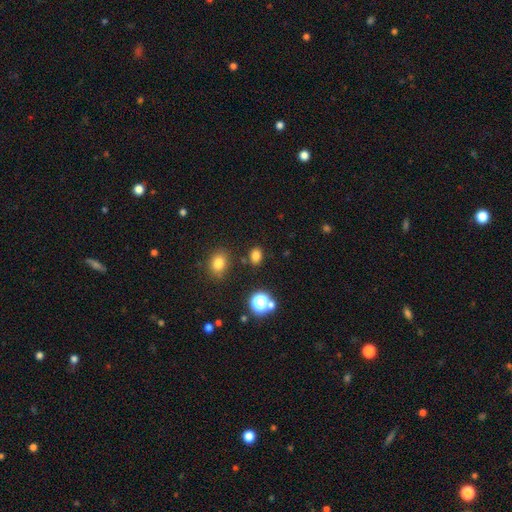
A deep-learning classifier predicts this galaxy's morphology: smooth-or-featured: smooth: 78% | star or artifact: 17% | featured or disk: 5%
  how-rounded: in between: 66% | round: 33% | cigar-shaped: 1%
  merging: none: 82% | minor disturbance: 10% | merger: 5% | major disturbance: 3%